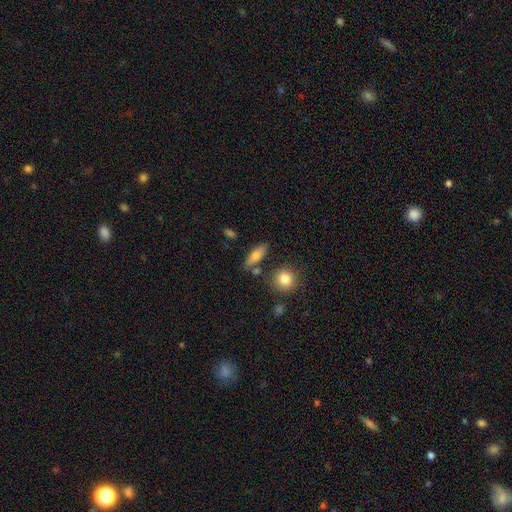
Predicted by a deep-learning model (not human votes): smooth_or_featured: smooth (p=0.74) [alt: featured or disk p=0.18]
how_rounded: in between (p=0.59) [alt: cigar-shaped p=0.35]
merging: none (p=0.75) [alt: minor disturbance p=0.13]